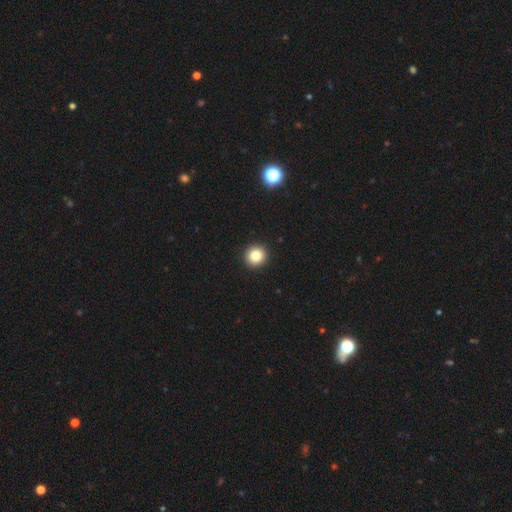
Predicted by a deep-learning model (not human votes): This appears to be a smooth galaxy with no disk features (83%) that is round (94%). Merging: none (94%).